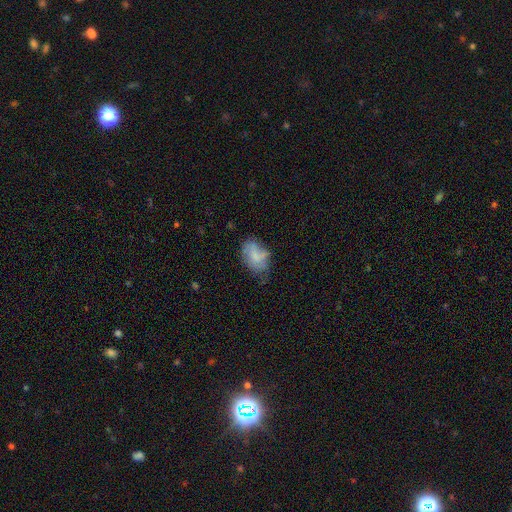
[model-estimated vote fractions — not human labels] Q: Smooth or featured?
A: smooth (62%); runner-up: featured or disk (29%)
Q: How rounded?
A: in between (82%); runner-up: round (16%)
Q: Merging?
A: none (50%); runner-up: minor disturbance (32%)